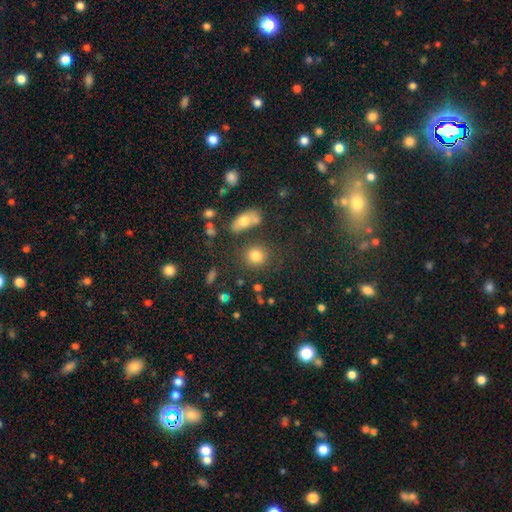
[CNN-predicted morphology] smooth_or_featured: smooth (p=0.79) [alt: star or artifact p=0.12]
how_rounded: round (p=0.76) [alt: in between p=0.23]
merging: none (p=0.72) [alt: minor disturbance p=0.12]